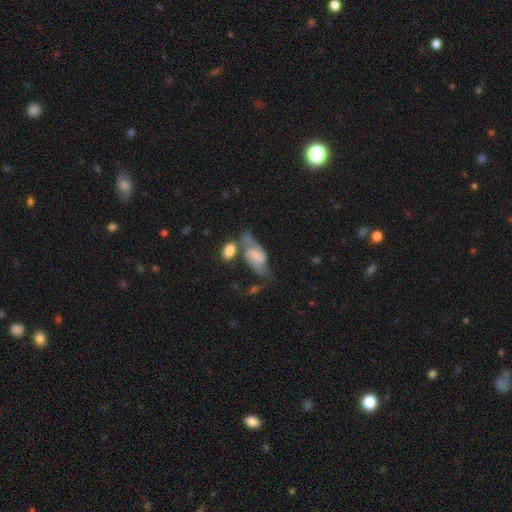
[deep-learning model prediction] smooth-or-featured: featured or disk: 70% | smooth: 23% | star or artifact: 7%
  disk-edge-on: no: 94% | yes: 6%
    bar: weak: 46% | no: 34% | strong: 20%
    has-spiral-arms: yes: 91% | no: 9%
      spiral-winding: loose: 44% | medium: 42% | tight: 14%
      spiral-arm-count: 2: 89% | can't tell: 6% | 1: 3% | 3: 1% | 4: 1% | more than 4: 1%
    bulge-size: none: 38% | small: 35% | moderate: 18% | large: 7% | dominant: 2%
  merging: none: 44% | merger: 23% | minor disturbance: 21% | major disturbance: 12%